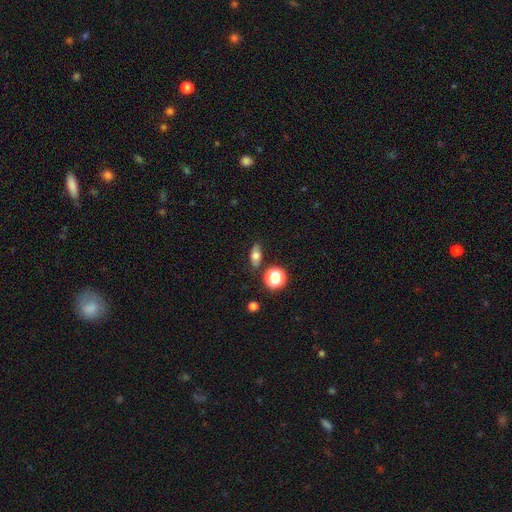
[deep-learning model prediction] Overall: smooth (70%). How rounded: in between (73%). Merging: none (82%).